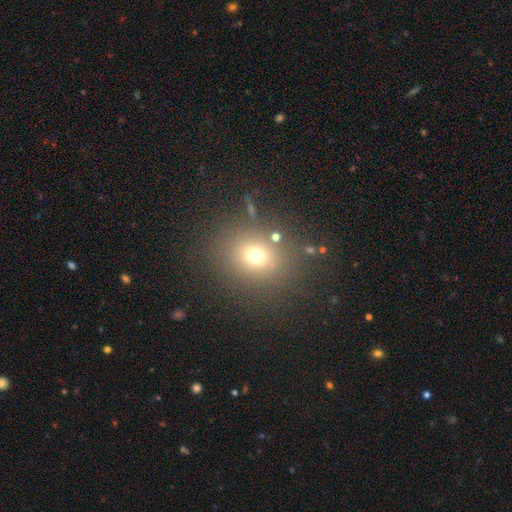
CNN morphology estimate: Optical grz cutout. It shows a smooth galaxy with no disk features (69%) that is round (72%). Merging: none (79%).